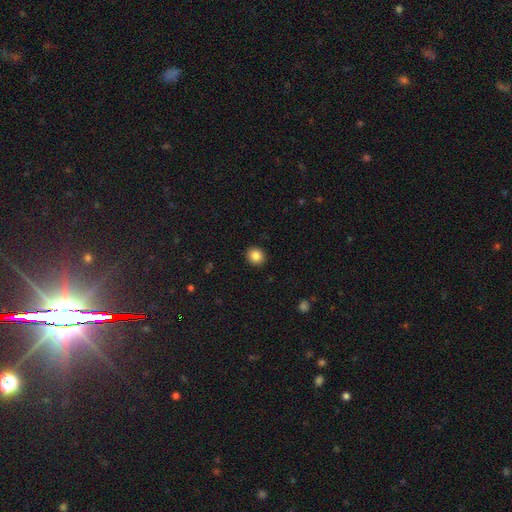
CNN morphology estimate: Smooth or featured?
  - smooth: 85% *
  - star or artifact: 10%
  - featured or disk: 6%
How rounded?
  - round: 83% *
  - in between: 16%
  - cigar-shaped: 1%
Merging?
  - none: 92% *
  - minor disturbance: 5%
  - major disturbance: 2%
  - merger: 1%